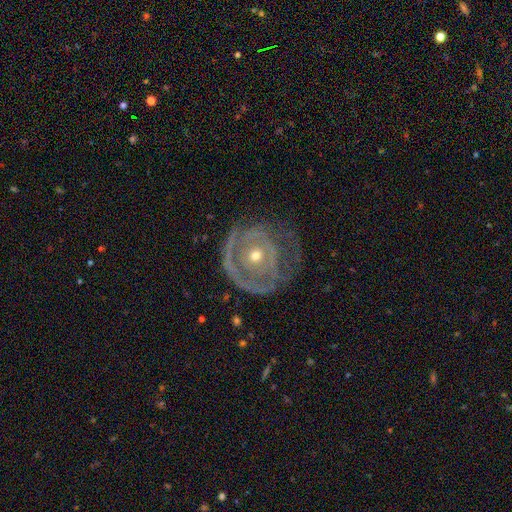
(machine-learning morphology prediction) Smooth or featured? featured or disk (77%)
Edge-on disk? no (97%)
Bar? no (82%)
Spiral arms? yes (60%)
Bulge size? moderate (54%)
Merging? none (53%)